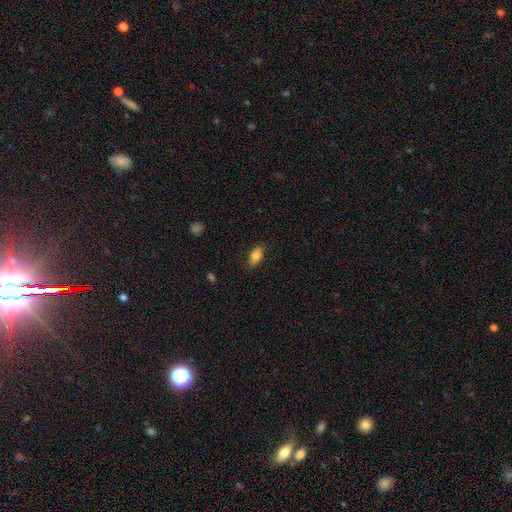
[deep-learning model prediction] Morphology: type=smooth (82%); roundness=in between (90%); merging=none (85%).